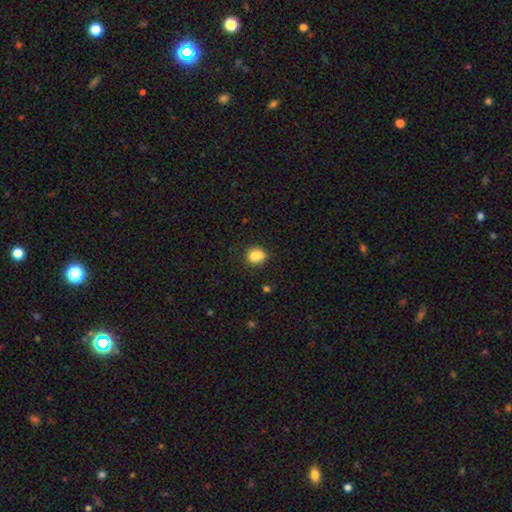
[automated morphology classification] A smooth galaxy with no disk features (76%) that is round (73%). Merging: none (45%).